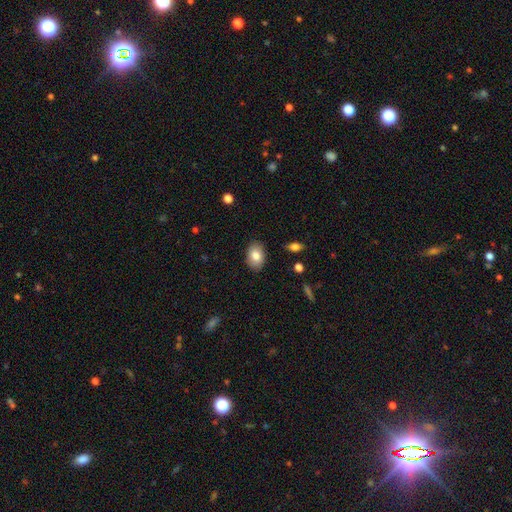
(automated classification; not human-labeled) This appears to be a smooth galaxy with no disk features (82%) that is in between round and cigar-shaped (84%). Merging: none (87%).